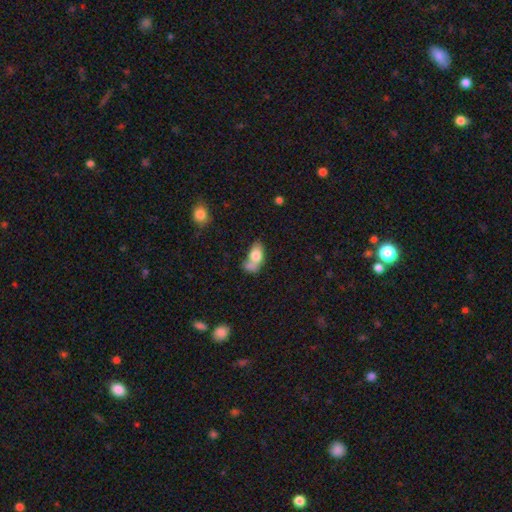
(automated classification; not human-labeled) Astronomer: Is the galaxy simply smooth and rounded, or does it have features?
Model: smooth — 75%.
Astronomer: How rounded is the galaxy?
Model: in between — 85%.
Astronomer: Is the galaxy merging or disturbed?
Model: merger — 42% (runner-up: none, 28%).